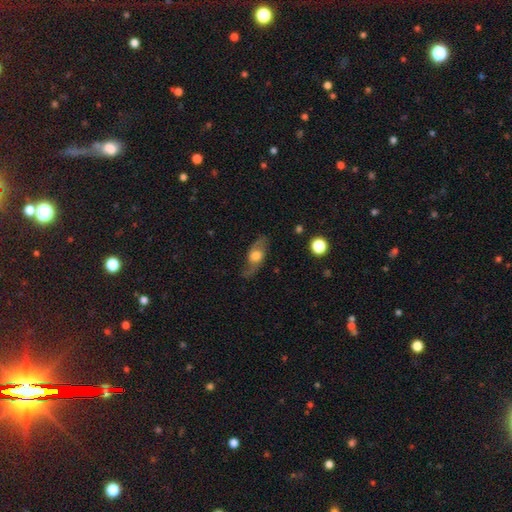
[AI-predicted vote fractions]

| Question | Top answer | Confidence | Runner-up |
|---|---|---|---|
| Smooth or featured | featured or disk | 54% | smooth (39%) |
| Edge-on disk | no | 70% | yes (30%) |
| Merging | none | 70% | minor disturbance (19%) |